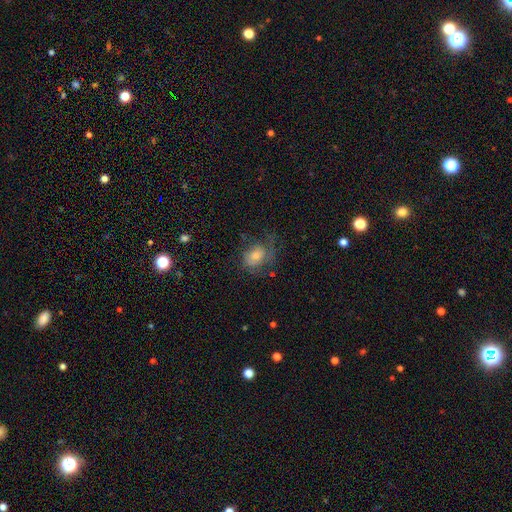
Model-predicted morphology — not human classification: Smooth or featured? Predicted: smooth (p=0.44). Merging? Predicted: none (p=0.51).